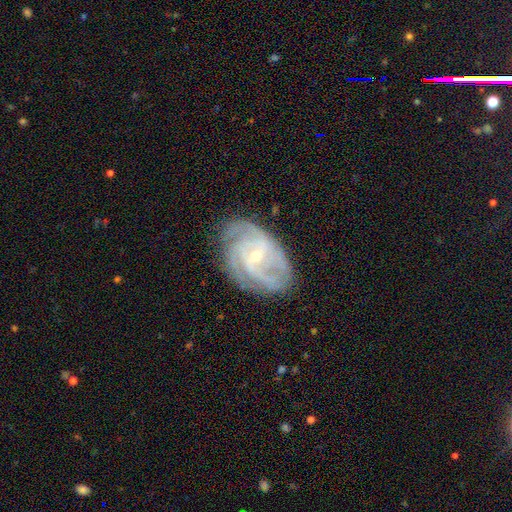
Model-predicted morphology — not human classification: Smooth or featured: featured or disk — 88% (smooth — 7%)
Edge-on disk: no — 97% (yes — 3%)
Bar: weak — 47% (no — 40%)
Spiral arms: yes — 97% (no — 3%)
Spiral winding: tight — 55% (medium — 37%)
Spiral arm count: 3 — 31% (4 — 23%)
Bulge size: small — 69% (moderate — 28%)
Merging: none — 75% (minor disturbance — 18%)